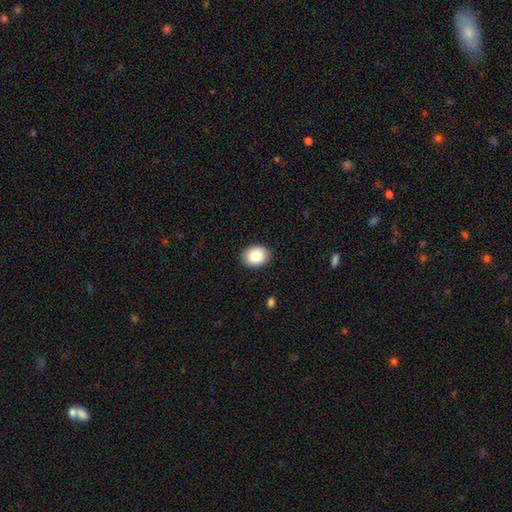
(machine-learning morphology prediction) Q: Smooth or featured?
A: smooth (87%); runner-up: star or artifact (8%)
Q: How rounded?
A: in between (56%); runner-up: round (44%)
Q: Merging?
A: none (90%); runner-up: minor disturbance (7%)